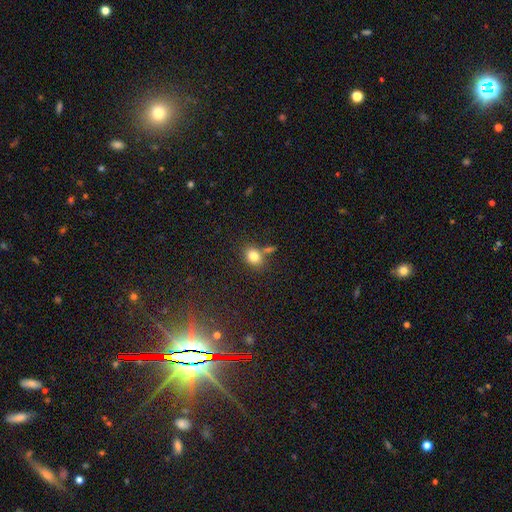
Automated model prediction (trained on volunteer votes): Smooth or featured?
  - smooth: 80% *
  - star or artifact: 11%
  - featured or disk: 9%
How rounded?
  - in between: 61% *
  - round: 37%
  - cigar-shaped: 1%
Merging?
  - none: 65% *
  - merger: 17%
  - minor disturbance: 13%
  - major disturbance: 4%